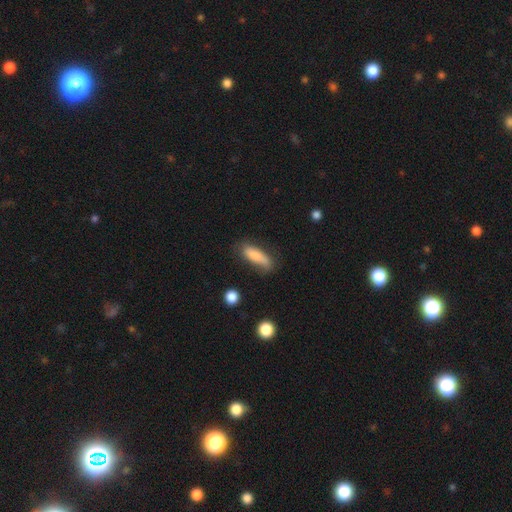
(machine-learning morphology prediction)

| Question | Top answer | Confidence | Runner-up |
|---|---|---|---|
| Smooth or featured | smooth | 77% | featured or disk (15%) |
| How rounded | cigar-shaped | 49% | in between (48%) |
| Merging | none | 62% | minor disturbance (25%) |